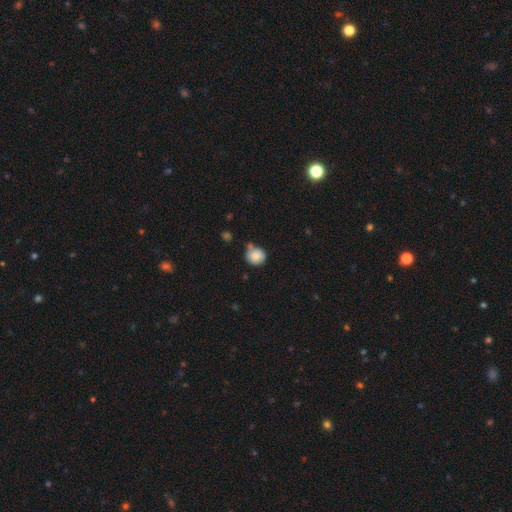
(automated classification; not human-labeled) A smooth galaxy with no disk features (84%) that is round (88%).

Vote fractions:
- Smooth or featured? smooth: 84% / star or artifact: 8% / featured or disk: 7%
- How rounded? round: 88% / in between: 11% / cigar-shaped: 1%
- Merging? none: 61% / minor disturbance: 21% / merger: 14% / major disturbance: 5%